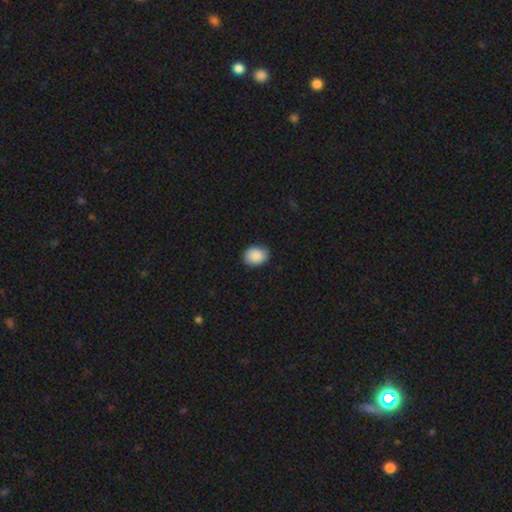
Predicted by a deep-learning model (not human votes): Smooth or featured?
  - smooth: 89% *
  - star or artifact: 7%
  - featured or disk: 4%
How rounded?
  - in between: 52% *
  - round: 47%
  - cigar-shaped: 1%
Merging?
  - none: 85% *
  - minor disturbance: 12%
  - major disturbance: 2%
  - merger: 1%